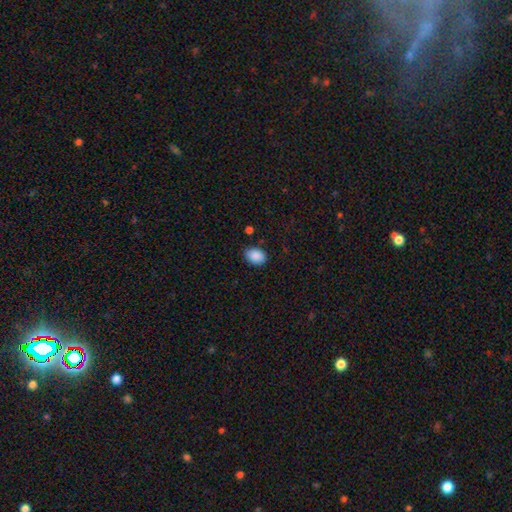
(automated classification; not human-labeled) This is clearly a smooth galaxy (89%). How rounded: likely in between (75%). Merging: clearly none (80%).